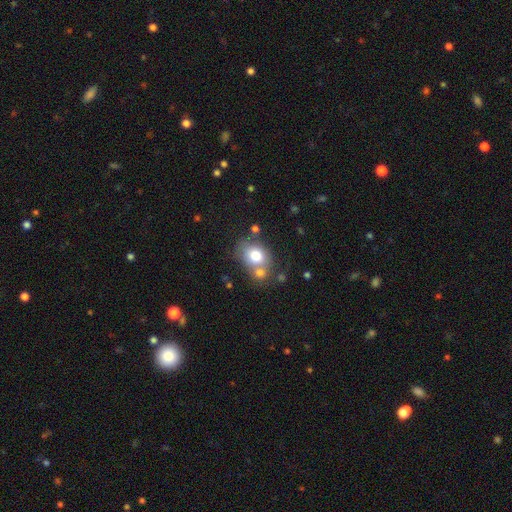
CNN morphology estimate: A smooth galaxy with no disk features (73%) that is round (52%).

Vote fractions:
- Smooth or featured? smooth: 73% / featured or disk: 17% / star or artifact: 10%
- How rounded? round: 52% / in between: 47% / cigar-shaped: 1%
- Merging? none: 49% / merger: 31% / minor disturbance: 14% / major disturbance: 6%